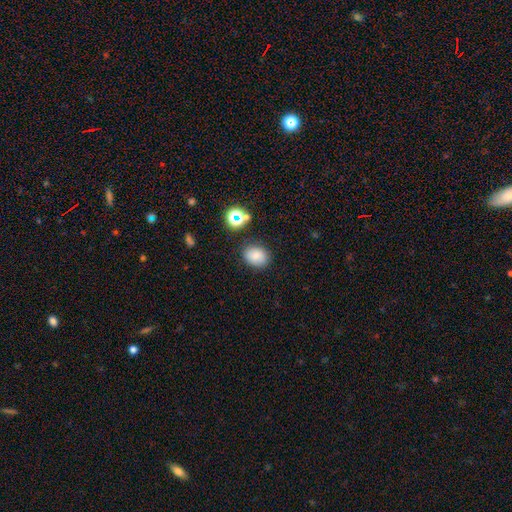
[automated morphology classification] The model was most divided on "how rounded": in between: 53%, round: 47%, cigar-shaped: 1%. More confident: merging — none (82%); smooth or featured — smooth (77%).